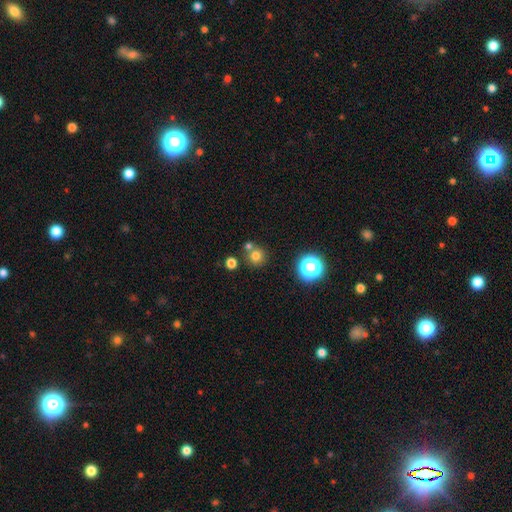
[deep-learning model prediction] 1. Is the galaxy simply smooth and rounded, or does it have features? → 73% smooth, 19% star or artifact, 8% featured or disk.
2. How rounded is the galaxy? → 92% round, 7% in between, 1% cigar-shaped.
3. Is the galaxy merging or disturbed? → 68% none, 21% merger, 8% minor disturbance, 3% major disturbance.